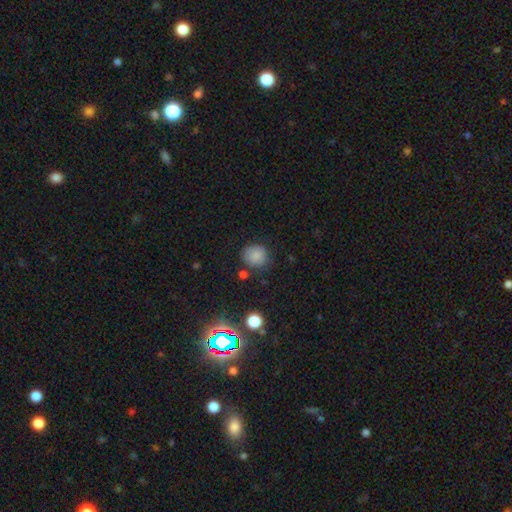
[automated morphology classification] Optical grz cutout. It shows a smooth galaxy with no disk features (81%) that is round (82%). Merging: none (75%).